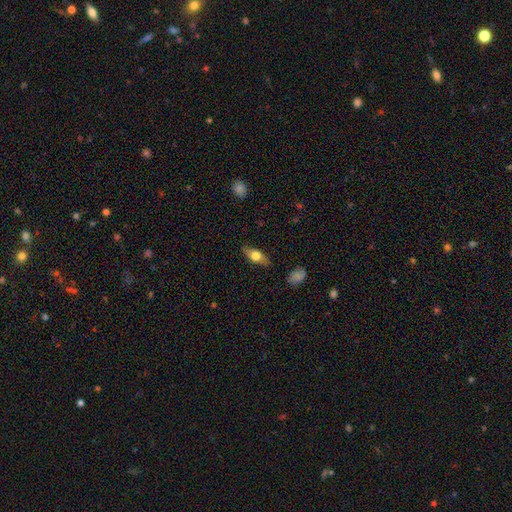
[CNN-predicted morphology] Smooth or featured? Predicted: smooth (p=0.57). How rounded? Predicted: in between (p=0.69). Merging? Predicted: none (p=0.84).